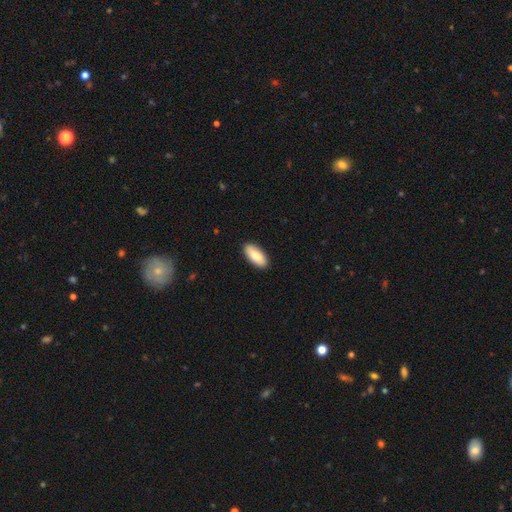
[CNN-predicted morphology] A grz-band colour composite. It shows a smooth galaxy with no disk features (84%) that is in between round and cigar-shaped (85%). Merging: none (89%).